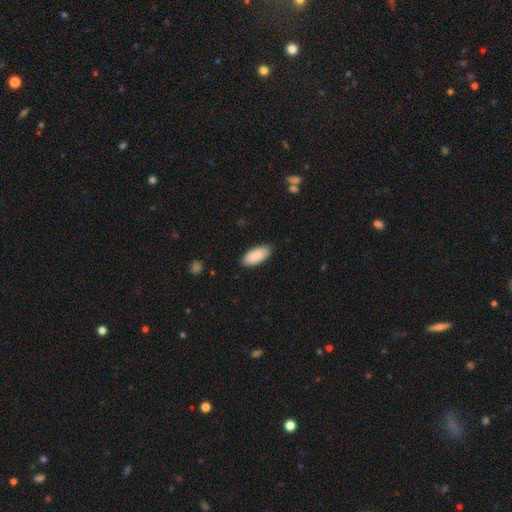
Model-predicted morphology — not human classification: Overall: smooth (88%). How rounded: in between (92%). Merging: none (87%).